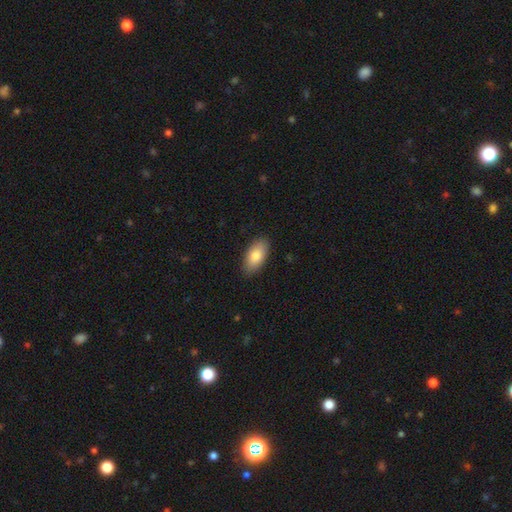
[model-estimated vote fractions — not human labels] This is clearly a smooth galaxy (82%). How rounded: clearly in between (93%). Merging: clearly none (88%).